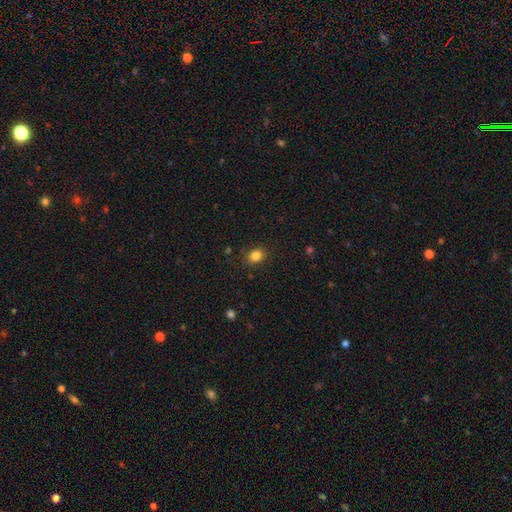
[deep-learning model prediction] smooth_or_featured: smooth (p=0.83) [alt: star or artifact p=0.12]
how_rounded: round (p=0.53) [alt: in between p=0.46]
merging: none (p=0.86) [alt: minor disturbance p=0.10]